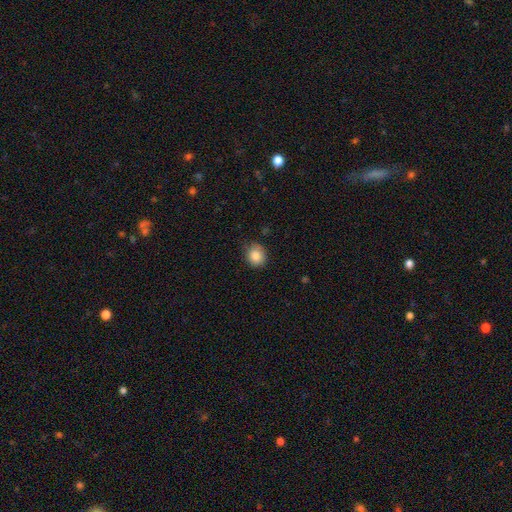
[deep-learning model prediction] The model was most divided on "how rounded": round: 78%, in between: 21%, cigar-shaped: 1%. More confident: smooth or featured — smooth (86%); merging — none (78%).